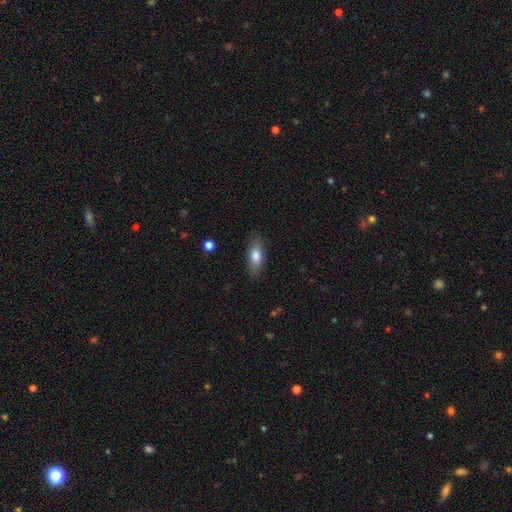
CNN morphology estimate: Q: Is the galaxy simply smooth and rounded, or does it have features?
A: smooth — 77%.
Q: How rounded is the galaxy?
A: in between — 76%.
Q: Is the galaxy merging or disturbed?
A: none — 83%.